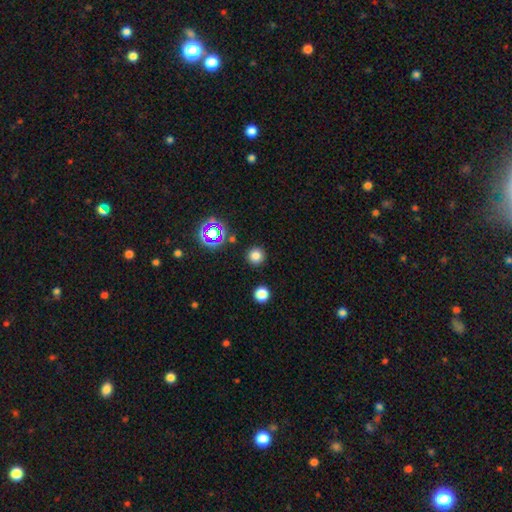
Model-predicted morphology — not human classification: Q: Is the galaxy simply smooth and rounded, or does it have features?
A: smooth — 76%.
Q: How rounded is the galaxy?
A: round — 95%.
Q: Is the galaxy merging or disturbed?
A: none — 90%.